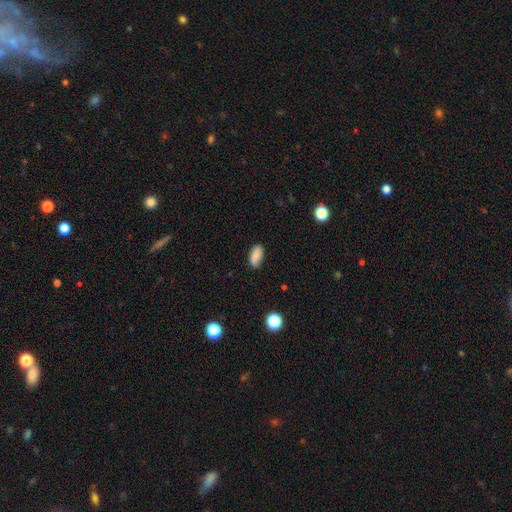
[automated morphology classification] Smooth or featured? smooth (86%)
How rounded? in between (90%)
Merging? none (80%)